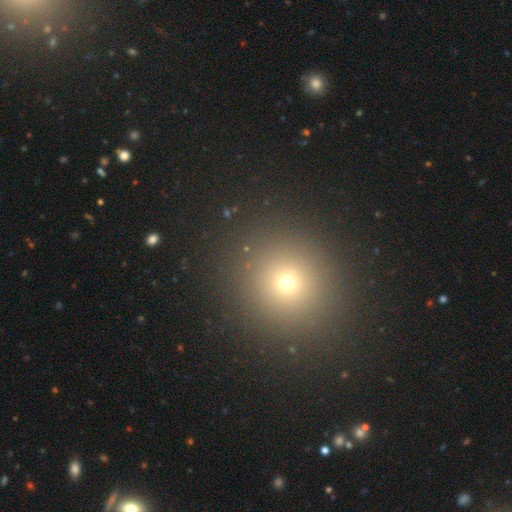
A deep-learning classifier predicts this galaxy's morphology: smooth_or_featured: smooth (p=0.64) [alt: star or artifact p=0.30]
how_rounded: round (p=0.87) [alt: in between p=0.12]
merging: none (p=0.92) [alt: minor disturbance p=0.05]